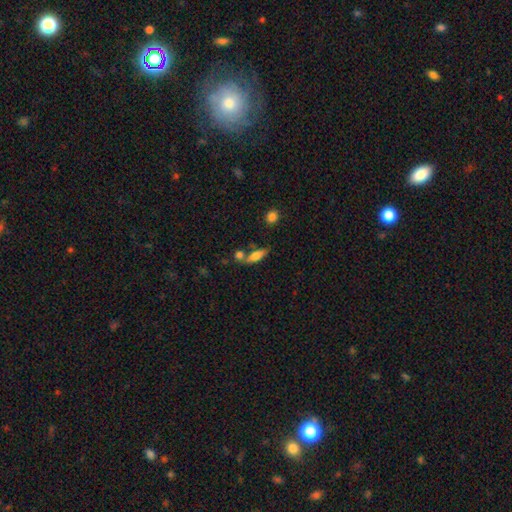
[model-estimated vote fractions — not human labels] This appears to be a smooth galaxy with no disk features (69%) that is in between round and cigar-shaped (56%). Merging: none (55%).